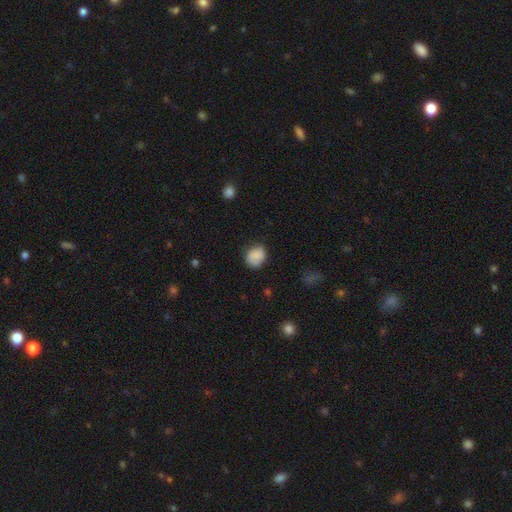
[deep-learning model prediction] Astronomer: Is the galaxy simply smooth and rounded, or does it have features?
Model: smooth — 81%.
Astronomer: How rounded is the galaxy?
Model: round — 60% (runner-up: in between, 39%).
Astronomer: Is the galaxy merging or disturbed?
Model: none — 71%.